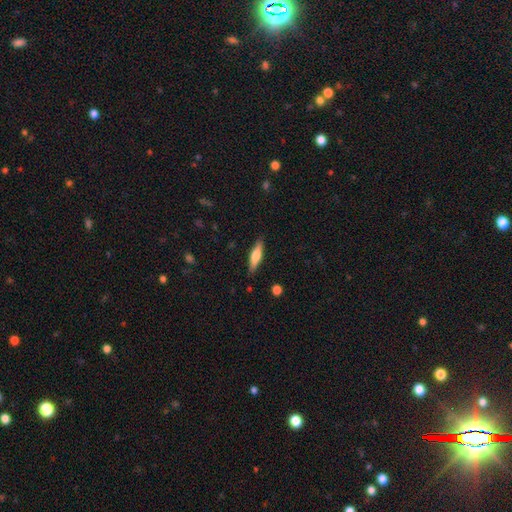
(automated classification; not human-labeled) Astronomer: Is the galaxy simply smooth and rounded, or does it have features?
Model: smooth — 62%.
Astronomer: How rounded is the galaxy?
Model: cigar-shaped — 69%.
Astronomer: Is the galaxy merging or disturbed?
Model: none — 87%.